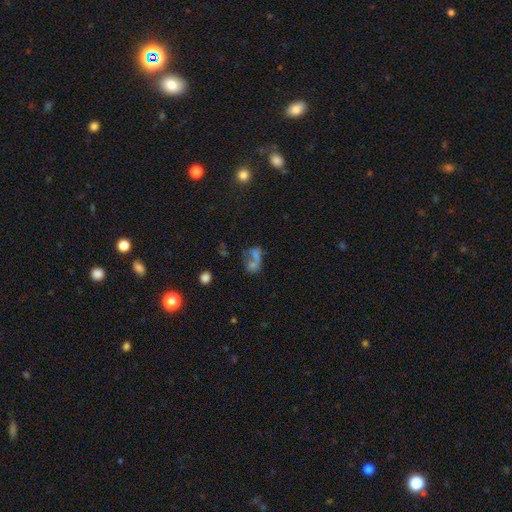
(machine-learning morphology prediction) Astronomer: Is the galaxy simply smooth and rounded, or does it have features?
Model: smooth — 49% (runner-up: star or artifact, 26%).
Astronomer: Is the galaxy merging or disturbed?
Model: merger — 52%.